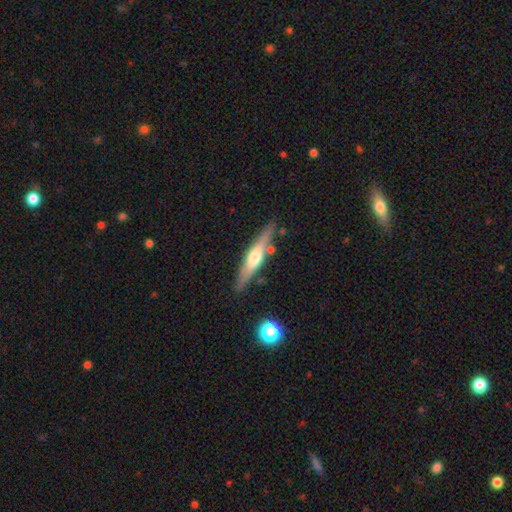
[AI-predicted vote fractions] A featured or disk galaxy (65%) viewed edge-on (96%) with a rounded central bulge (87%). Merging: none (84%).